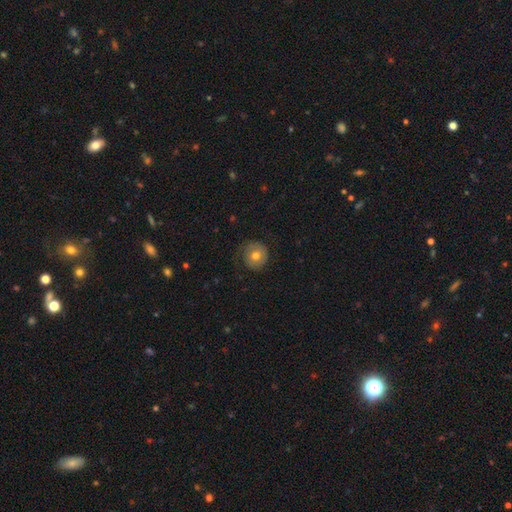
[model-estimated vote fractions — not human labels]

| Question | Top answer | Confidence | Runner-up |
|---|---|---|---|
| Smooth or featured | smooth | 71% | featured or disk (20%) |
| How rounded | round | 92% | in between (7%) |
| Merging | none | 76% | minor disturbance (17%) |